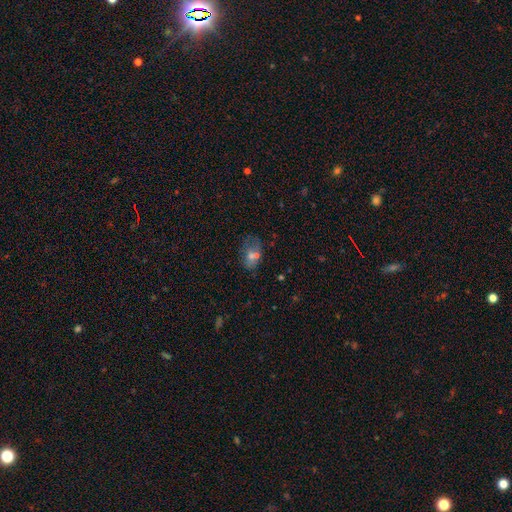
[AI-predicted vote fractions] Overall: smooth (41%; featured or disk 31%). Merging: none (50%; minor disturbance 20%).